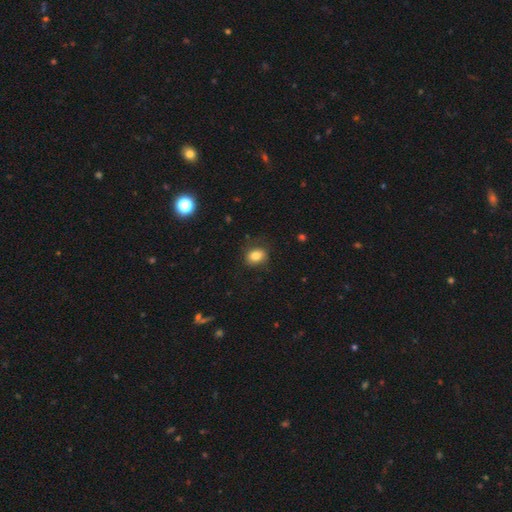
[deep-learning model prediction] A smooth galaxy with no disk features (82%) that is in between round and cigar-shaped (56%).

Vote fractions:
- Smooth or featured? smooth: 82% / star or artifact: 10% / featured or disk: 8%
- How rounded? in between: 56% / round: 43% / cigar-shaped: 1%
- Merging? none: 81% / minor disturbance: 14% / major disturbance: 4% / merger: 1%